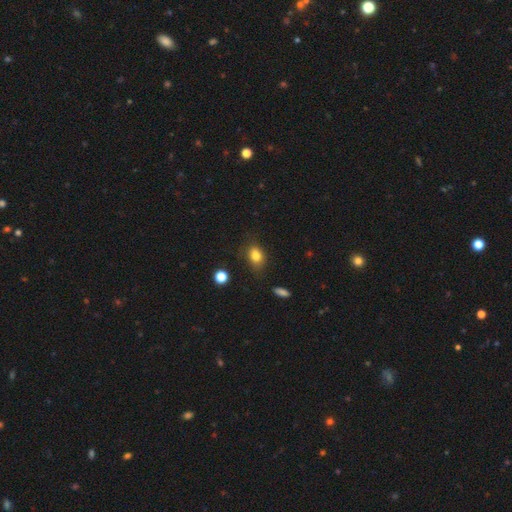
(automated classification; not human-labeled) This is clearly a smooth galaxy (81%). How rounded: likely in between (69%). Merging: likely none (72%).